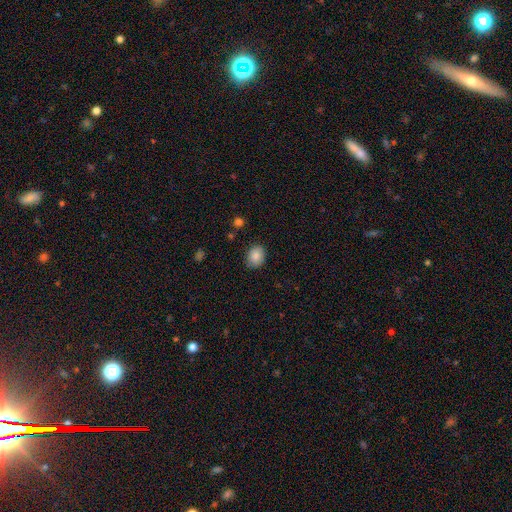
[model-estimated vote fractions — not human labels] Smooth or featured?
  - smooth: 86% *
  - star or artifact: 8%
  - featured or disk: 6%
How rounded?
  - in between: 51% *
  - round: 48%
  - cigar-shaped: 1%
Merging?
  - none: 84% *
  - minor disturbance: 12%
  - major disturbance: 3%
  - merger: 1%